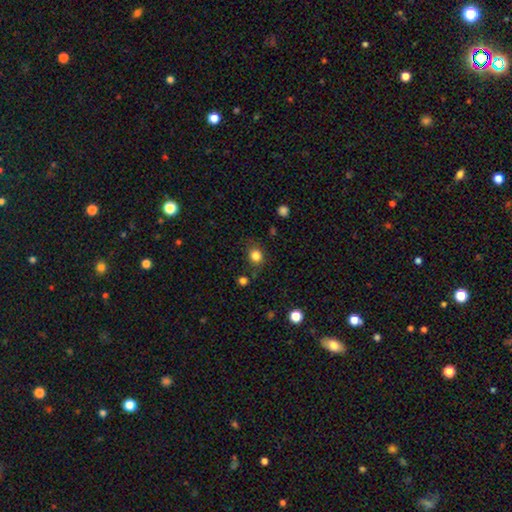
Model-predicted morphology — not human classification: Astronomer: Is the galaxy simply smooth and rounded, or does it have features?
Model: smooth — 83%.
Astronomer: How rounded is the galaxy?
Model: round — 75%.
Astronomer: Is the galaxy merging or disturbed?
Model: none — 79%.